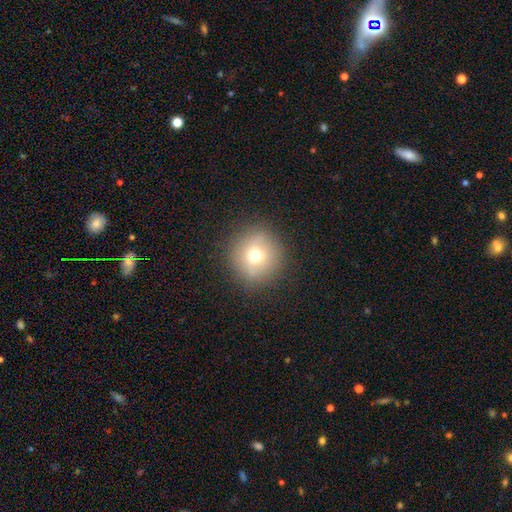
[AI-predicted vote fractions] Smooth or featured?
  - smooth: 66% *
  - featured or disk: 19%
  - star or artifact: 15%
How rounded?
  - round: 94% *
  - in between: 5%
  - cigar-shaped: 1%
Merging?
  - none: 87% *
  - minor disturbance: 8%
  - major disturbance: 3%
  - merger: 1%